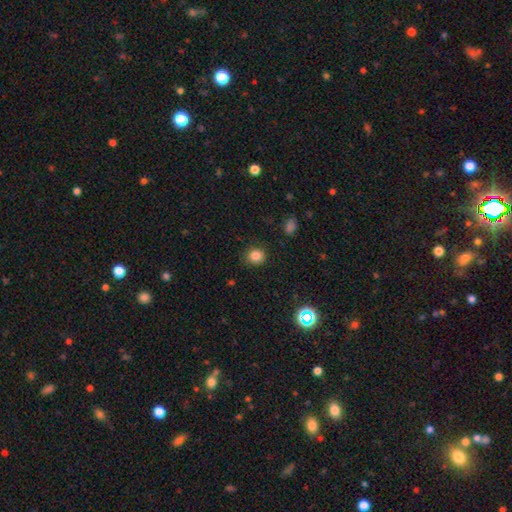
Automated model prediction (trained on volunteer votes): A smooth galaxy with no disk features (83%) that is round (83%). Merging: none (86%).